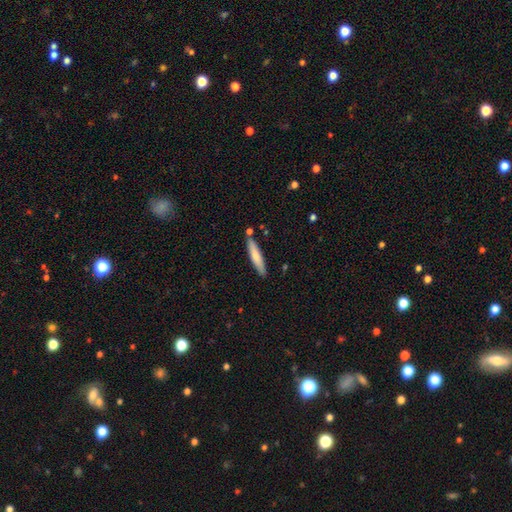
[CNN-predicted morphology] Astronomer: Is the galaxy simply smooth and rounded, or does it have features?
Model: smooth — 73%.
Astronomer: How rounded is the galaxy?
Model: cigar-shaped — 89%.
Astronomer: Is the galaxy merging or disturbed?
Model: none — 83%.